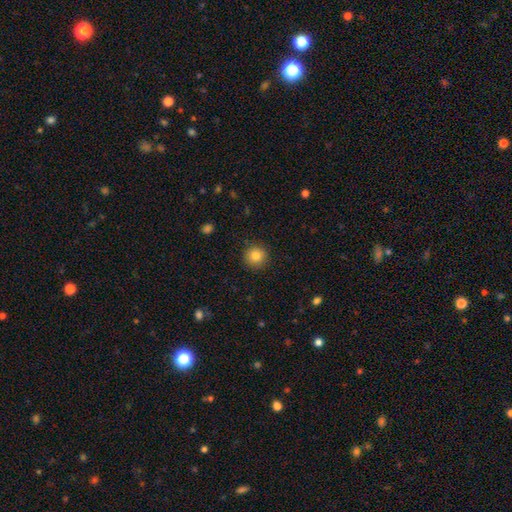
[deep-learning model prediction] smooth_or_featured: smooth (p=0.84) [alt: star or artifact p=0.10]
how_rounded: round (p=0.94) [alt: in between p=0.05]
merging: none (p=0.91) [alt: minor disturbance p=0.06]